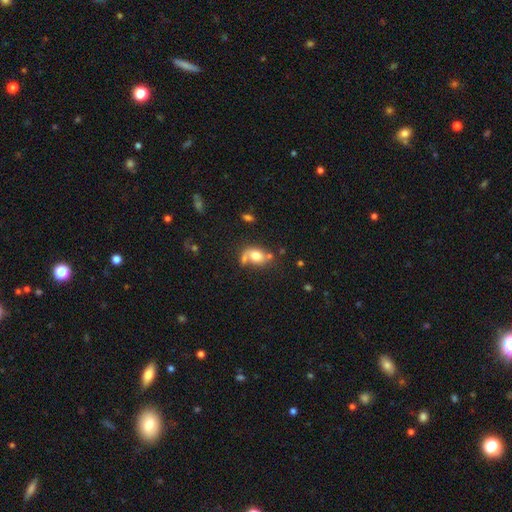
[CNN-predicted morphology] A smooth galaxy with no disk features (70%) that is in between round and cigar-shaped (71%). Merging: none (41%).